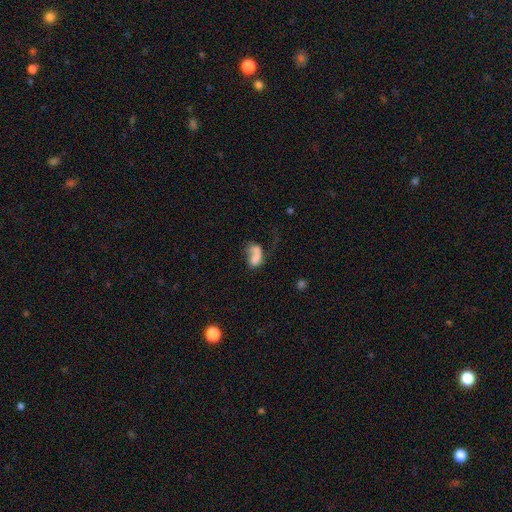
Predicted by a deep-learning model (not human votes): smooth_or_featured: smooth (p=0.63) [alt: featured or disk p=0.26]
how_rounded: in between (p=0.84) [alt: round p=0.14]
merging: merger (p=0.35) [alt: major disturbance p=0.28]